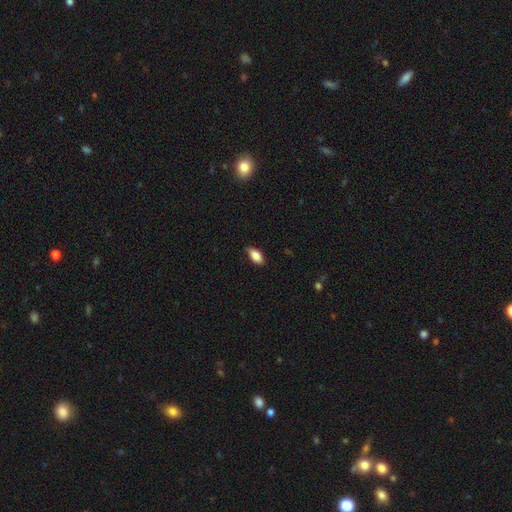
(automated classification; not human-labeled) The model was most divided on "merging": none: 79%, minor disturbance: 17%, major disturbance: 3%, merger: 1%. More confident: how rounded — in between (90%); smooth or featured — smooth (84%).